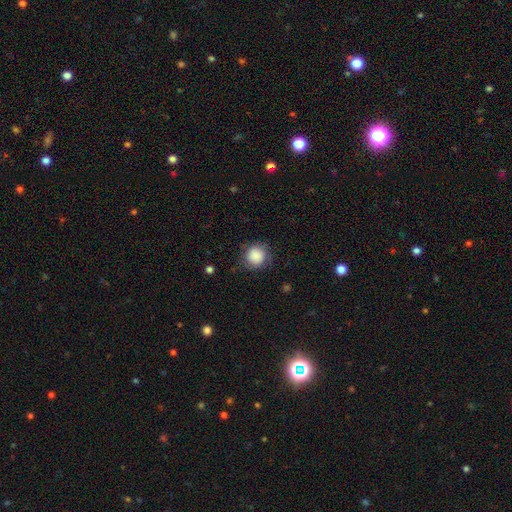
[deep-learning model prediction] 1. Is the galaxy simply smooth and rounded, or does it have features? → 85% smooth, 7% star or artifact, 7% featured or disk.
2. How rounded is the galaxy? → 89% round, 10% in between, 1% cigar-shaped.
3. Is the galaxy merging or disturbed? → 75% none, 17% minor disturbance, 6% major disturbance, 1% merger.